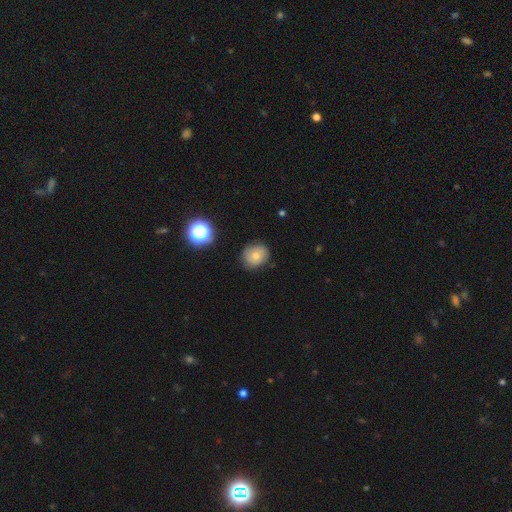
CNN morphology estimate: smooth_or_featured: smooth (p=0.65) [alt: featured or disk p=0.21]
how_rounded: round (p=0.74) [alt: in between p=0.26]
merging: none (p=0.80) [alt: minor disturbance p=0.15]